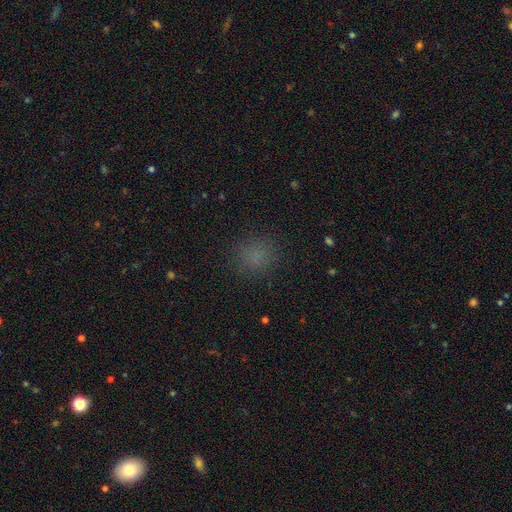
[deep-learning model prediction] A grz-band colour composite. It shows a smooth galaxy with no disk features (77%) that is round (81%). Merging: none (86%).